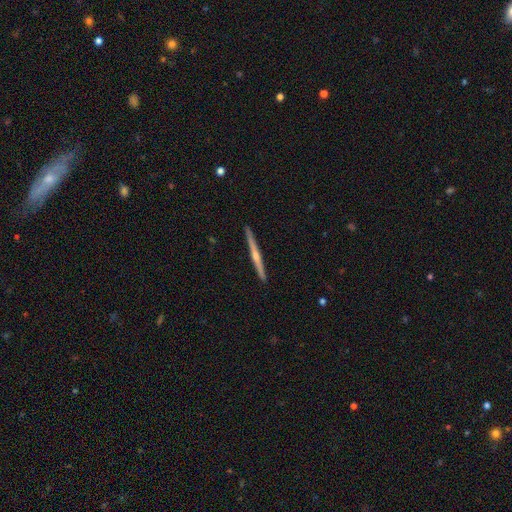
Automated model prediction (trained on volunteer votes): A featured or disk galaxy (73%) viewed edge-on (97%) with a rounded central bulge (73%). Merging: none (90%).